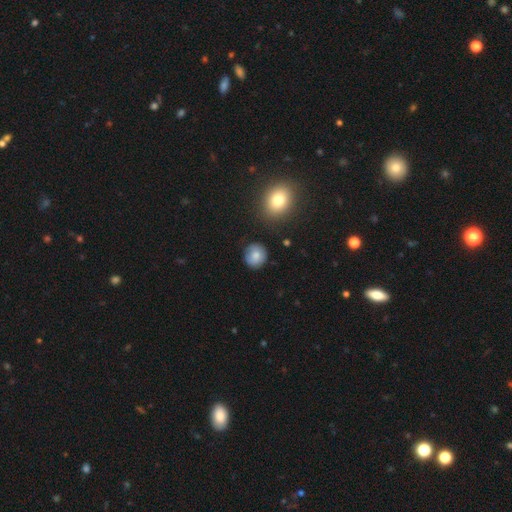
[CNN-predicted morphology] Smooth or featured? smooth (78%)
How rounded? round (88%)
Merging? none (80%)